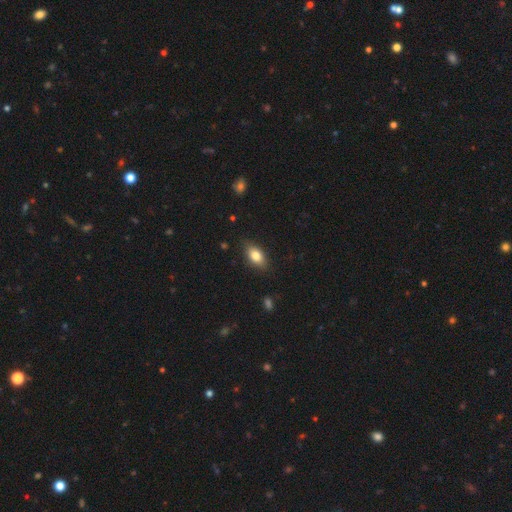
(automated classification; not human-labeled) This appears to be a smooth galaxy with no disk features (80%) that is in between round and cigar-shaped (87%). Merging: none (84%).